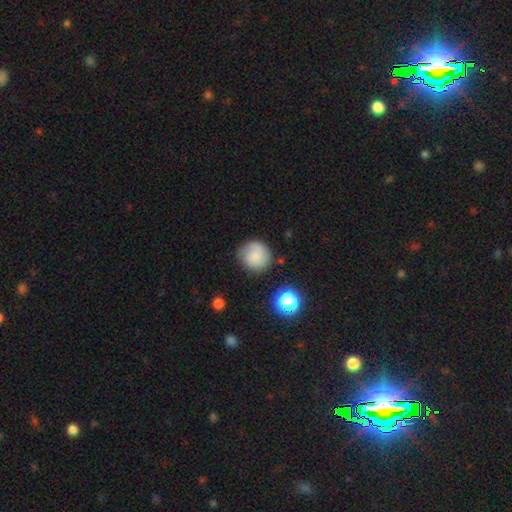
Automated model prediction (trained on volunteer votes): smooth 69%, featured or disk 21%, star or artifact 10%. Down the decision tree: how rounded — round (90%); merging — none (70%).